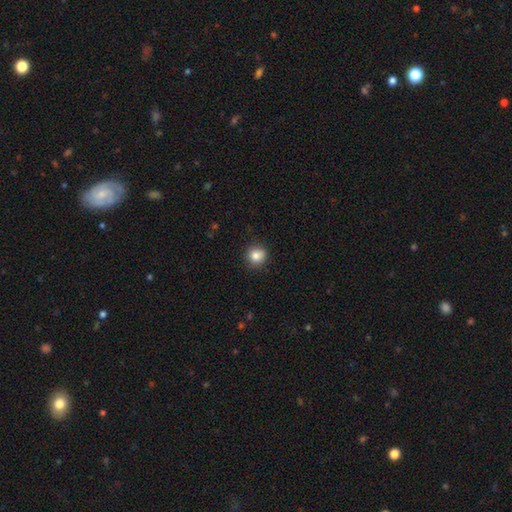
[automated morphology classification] type=smooth (83%); roundness=round (89%); merging=none (88%).